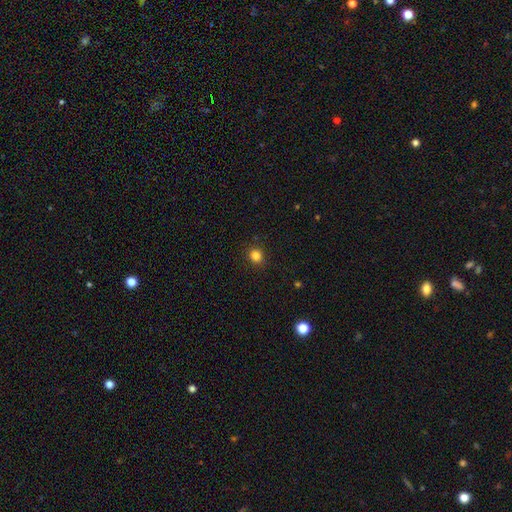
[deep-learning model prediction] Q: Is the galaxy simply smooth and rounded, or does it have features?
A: smooth — 83%.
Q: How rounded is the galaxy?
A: round — 81%.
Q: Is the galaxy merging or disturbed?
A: none — 89%.